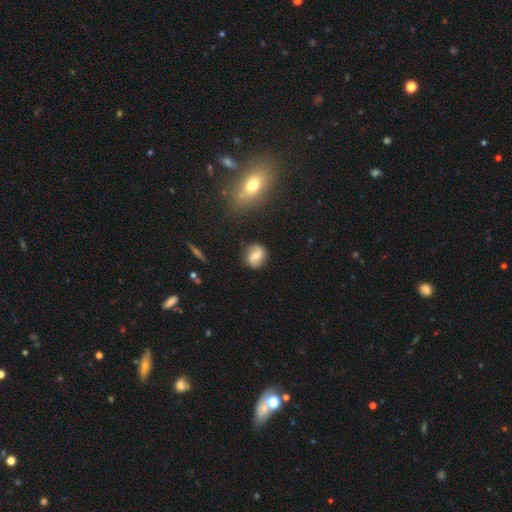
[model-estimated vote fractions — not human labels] Smooth or featured: featured or disk — 46% (smooth — 45%)
Merging: none — 82% (minor disturbance — 12%)